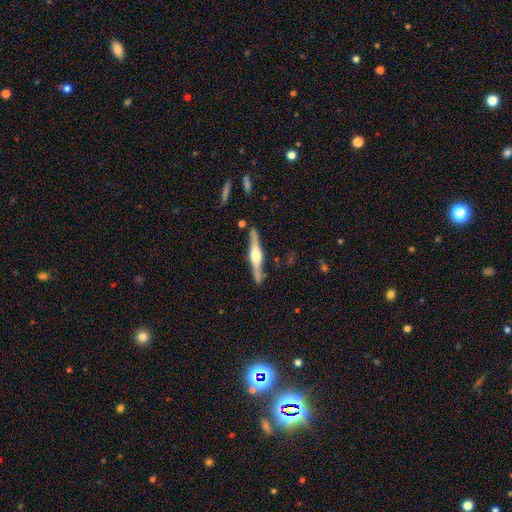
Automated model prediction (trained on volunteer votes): The model was most divided on "smooth or featured": featured or disk: 79%, smooth: 17%, star or artifact: 5%. More confident: edge-on disk — yes (98%); edge-on bulge — rounded (90%); merging — none (85%).